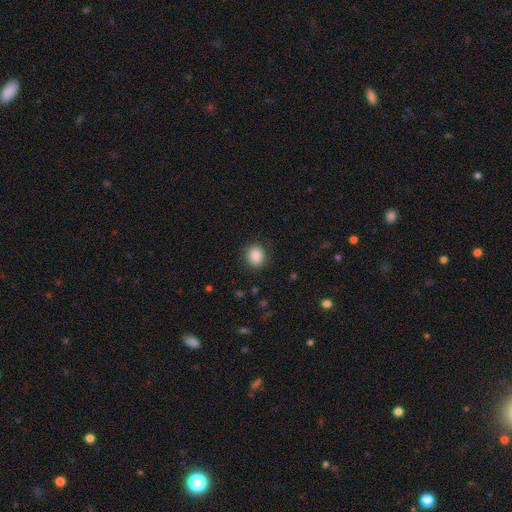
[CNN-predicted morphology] Smooth or featured? smooth (88%)
How rounded? round (60%)
Merging? none (88%)